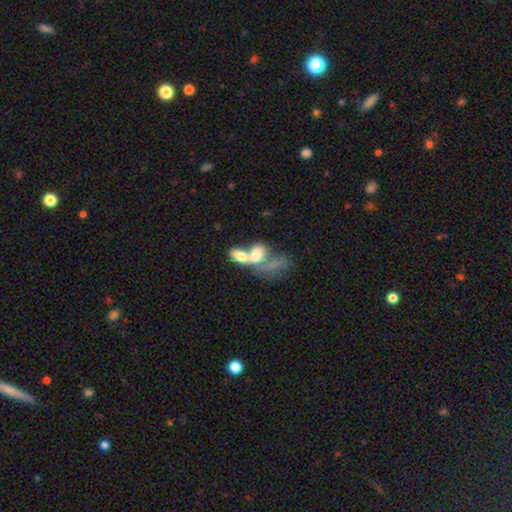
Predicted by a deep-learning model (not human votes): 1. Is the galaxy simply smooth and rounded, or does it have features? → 63% smooth, 28% featured or disk, 9% star or artifact.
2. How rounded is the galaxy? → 81% in between, 13% round, 6% cigar-shaped.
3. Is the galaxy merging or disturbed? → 77% merger, 10% major disturbance, 9% none, 5% minor disturbance.